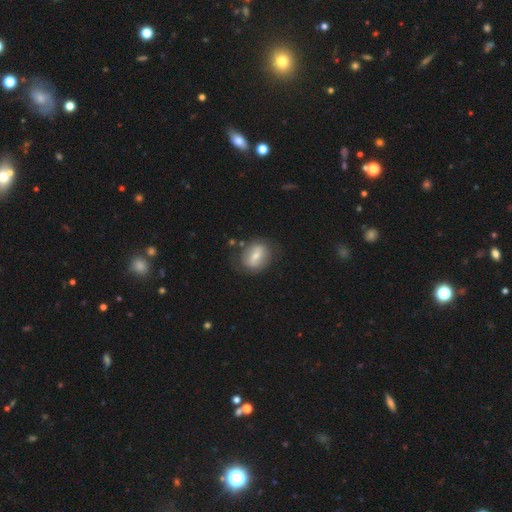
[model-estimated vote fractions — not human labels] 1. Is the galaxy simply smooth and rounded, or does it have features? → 50% smooth, 42% featured or disk, 7% star or artifact.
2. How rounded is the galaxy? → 52% in between, 46% round, 2% cigar-shaped.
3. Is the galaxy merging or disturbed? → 74% none, 17% minor disturbance, 7% major disturbance, 3% merger.